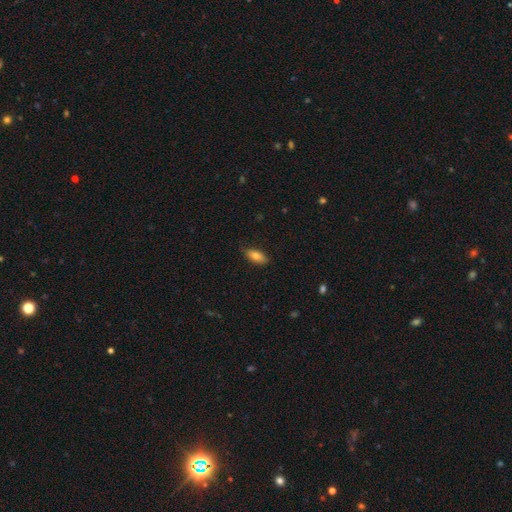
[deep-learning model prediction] Overall: smooth (80%). How rounded: in between (81%). Merging: none (82%).